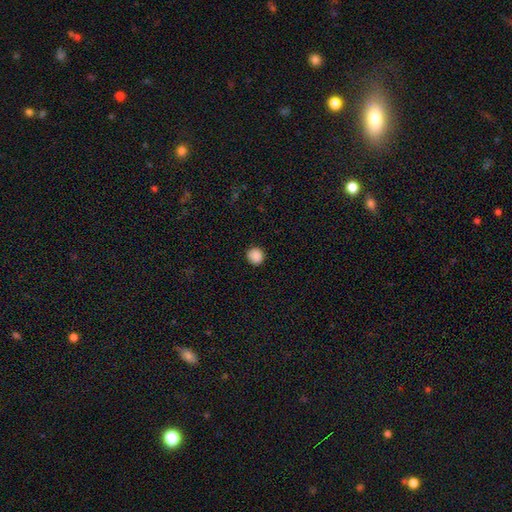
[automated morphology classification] A smooth galaxy with no disk features (88%) that is round (94%). Merging: none (92%).